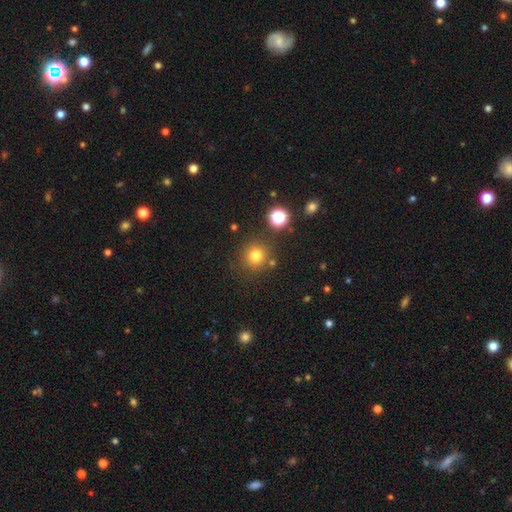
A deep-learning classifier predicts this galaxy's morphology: smooth-or-featured: smooth: 77% | star or artifact: 17% | featured or disk: 7%
  how-rounded: round: 94% | in between: 5% | cigar-shaped: 1%
  merging: none: 83% | minor disturbance: 8% | merger: 6% | major disturbance: 3%